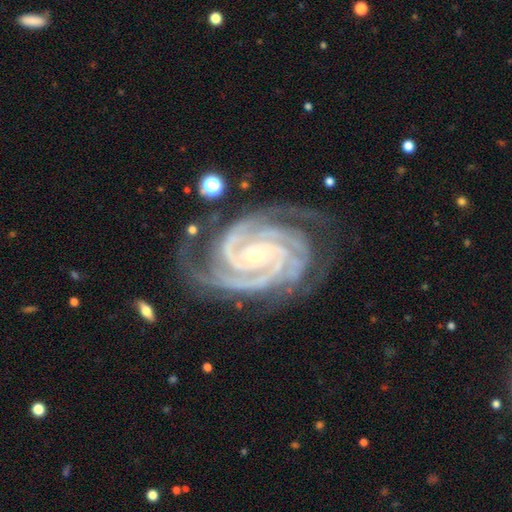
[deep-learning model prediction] Morphology: type=featured or disk (94%); edge-on=no (98%); bar=no (60%); spiral arms=yes (99%); winding=tight (80%); arm count=3 (35%); bulge=small (80%); merging=none (73%).